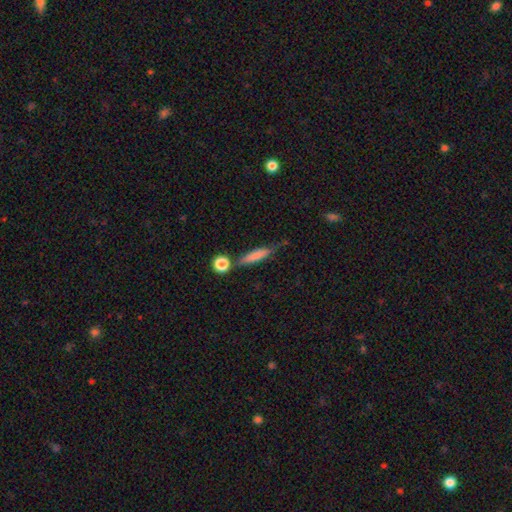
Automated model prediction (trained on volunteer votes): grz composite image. It shows a smooth galaxy with no disk features (74%) that is cigar-shaped (79%). Merging: none (66%).